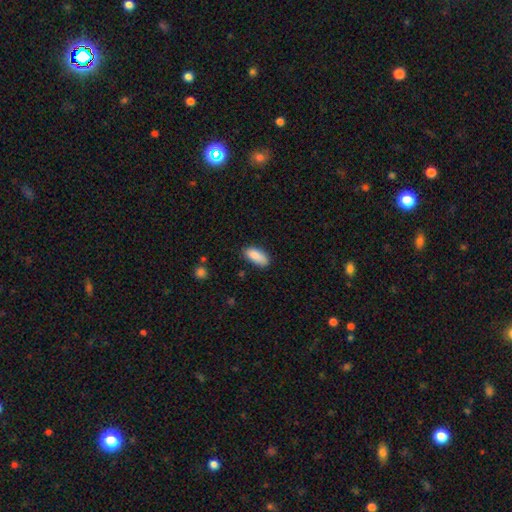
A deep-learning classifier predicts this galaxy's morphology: Smooth or featured? Predicted: smooth (p=0.87). How rounded? Predicted: in between (p=0.86). Merging? Predicted: none (p=0.77).